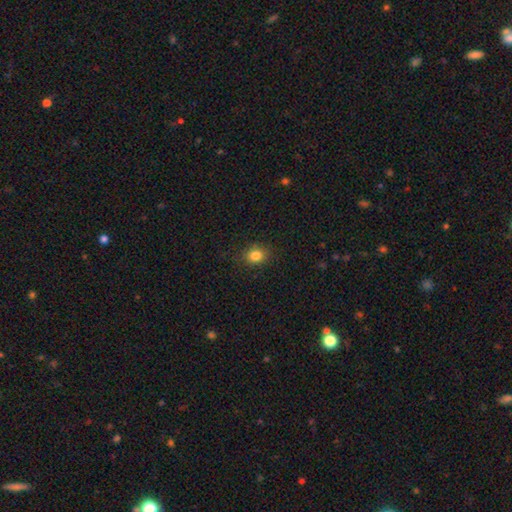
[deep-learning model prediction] Overall: smooth (83%). How rounded: round (62%; in between 37%). Merging: none (87%).